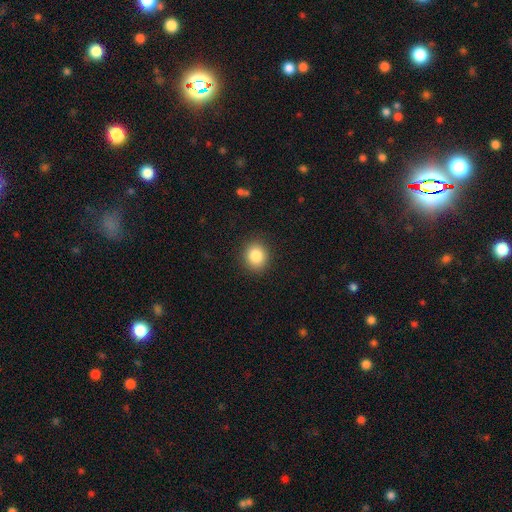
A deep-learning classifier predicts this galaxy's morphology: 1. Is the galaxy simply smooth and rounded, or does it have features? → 84% smooth, 10% star or artifact, 6% featured or disk.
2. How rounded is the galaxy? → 79% round, 20% in between, 1% cigar-shaped.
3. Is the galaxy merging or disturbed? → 90% none, 7% minor disturbance, 2% major disturbance, 1% merger.